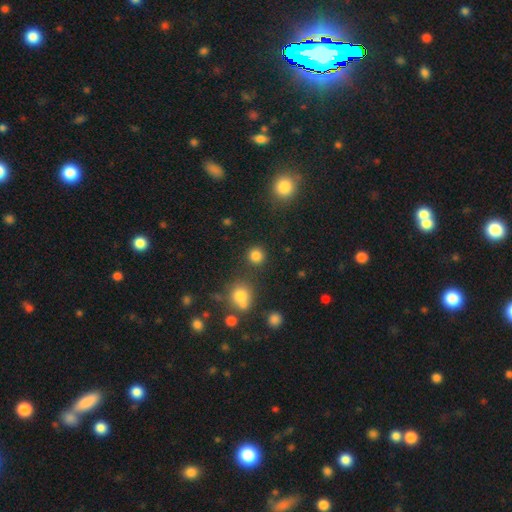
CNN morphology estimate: Overall: smooth (82%). How rounded: round (91%). Merging: none (85%).